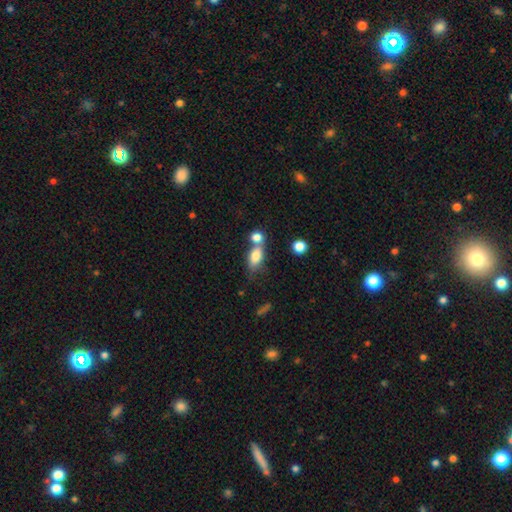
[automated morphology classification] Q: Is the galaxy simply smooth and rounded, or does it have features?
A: smooth — 78%.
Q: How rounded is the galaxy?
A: in between — 79%.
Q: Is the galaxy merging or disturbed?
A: merger — 45%.